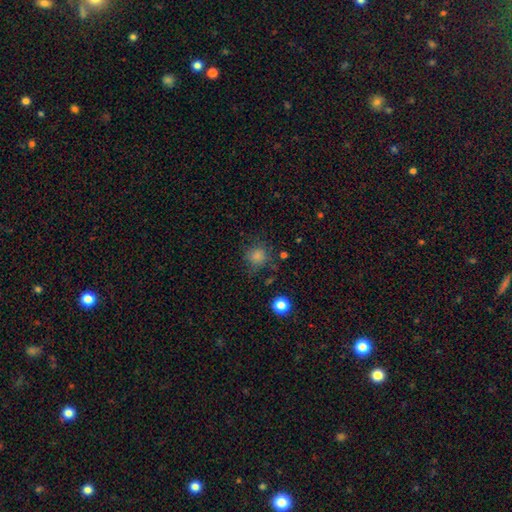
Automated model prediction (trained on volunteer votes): This is likely a smooth galaxy (70%). How rounded: clearly round (89%). Merging: likely none (75%).